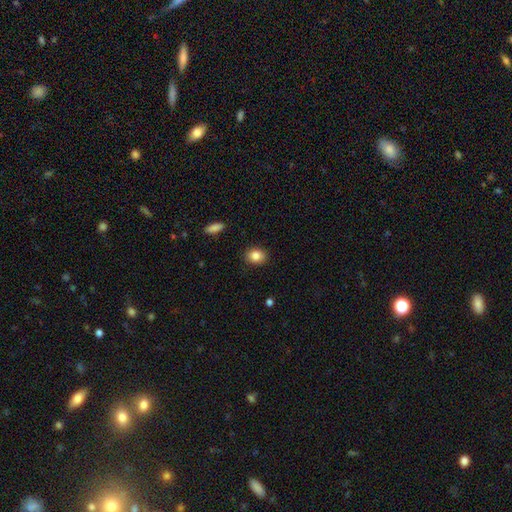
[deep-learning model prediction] This appears to be a smooth galaxy with no disk features (85%) that is in between round and cigar-shaped (53%). Merging: none (88%).